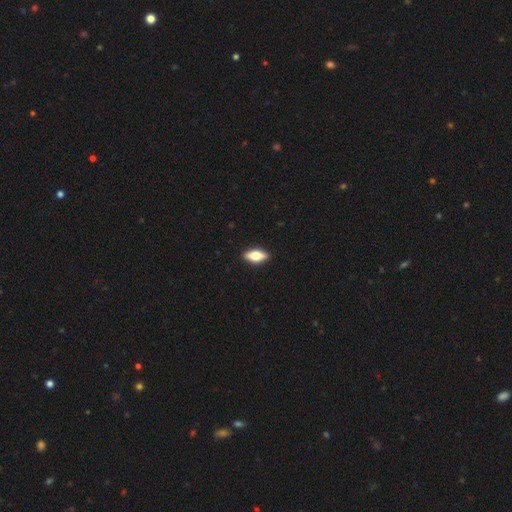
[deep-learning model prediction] smooth 62%, featured or disk 32%, star or artifact 7%. Down the decision tree: how rounded — in between (79%); merging — none (90%).